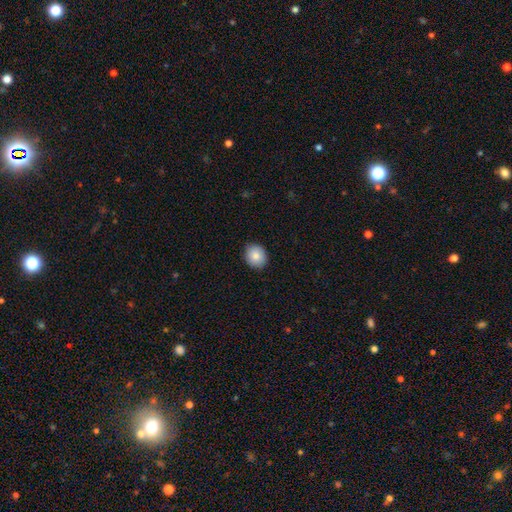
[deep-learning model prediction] smooth_or_featured: smooth (p=0.85) [alt: star or artifact p=0.08]
how_rounded: round (p=0.73) [alt: in between p=0.26]
merging: none (p=0.85) [alt: minor disturbance p=0.12]